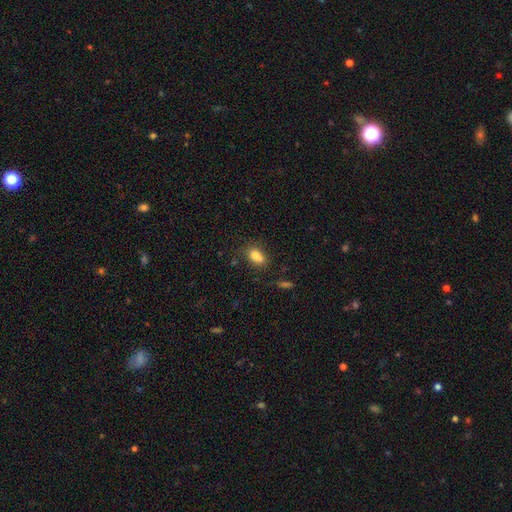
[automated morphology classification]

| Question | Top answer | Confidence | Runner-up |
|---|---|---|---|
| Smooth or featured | smooth | 77% | featured or disk (12%) |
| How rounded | in between | 70% | round (27%) |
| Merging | none | 47% | merger (28%) |